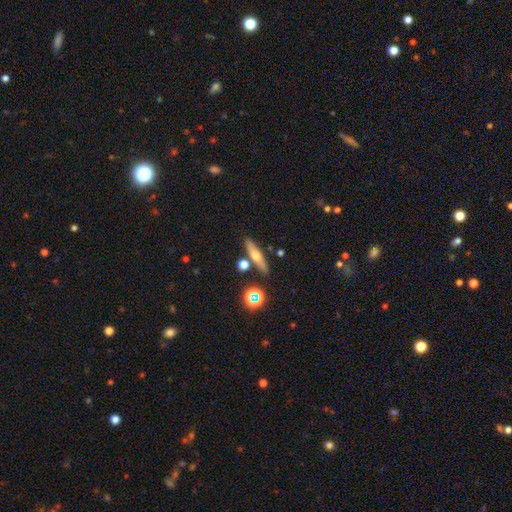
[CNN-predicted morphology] Overall: smooth (50%; featured or disk 39%). How rounded: cigar-shaped (71%). Merging: none (81%).